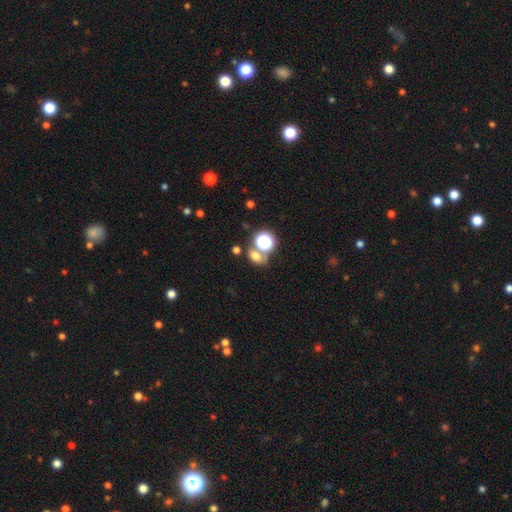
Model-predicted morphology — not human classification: type=smooth (63%); roundness=in between (55%); merging=none (57%).